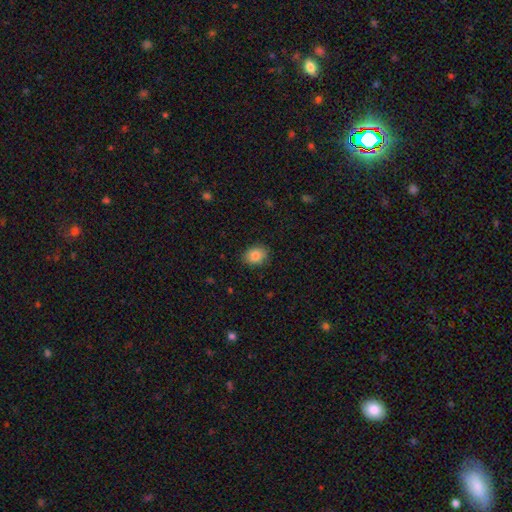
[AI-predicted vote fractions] A smooth galaxy with no disk features (86%) that is in between round and cigar-shaped (54%).

Vote fractions:
- Smooth or featured? smooth: 86% / star or artifact: 8% / featured or disk: 5%
- How rounded? in between: 54% / round: 45% / cigar-shaped: 1%
- Merging? none: 85% / minor disturbance: 12% / major disturbance: 3% / merger: 1%